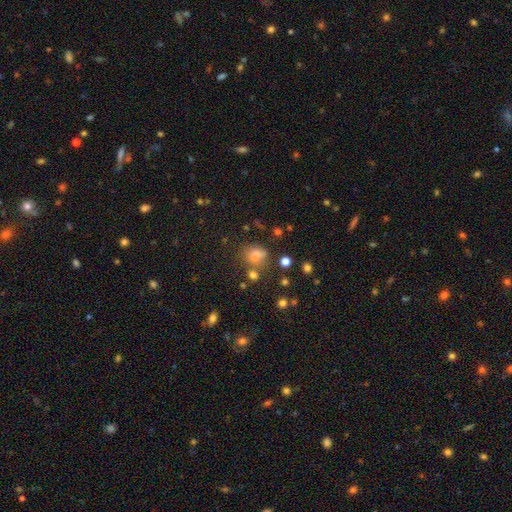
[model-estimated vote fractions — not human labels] smooth_or_featured: smooth (p=0.71) [alt: star or artifact p=0.19]
how_rounded: round (p=0.60) [alt: in between p=0.39]
merging: none (p=0.50) [alt: minor disturbance p=0.23]